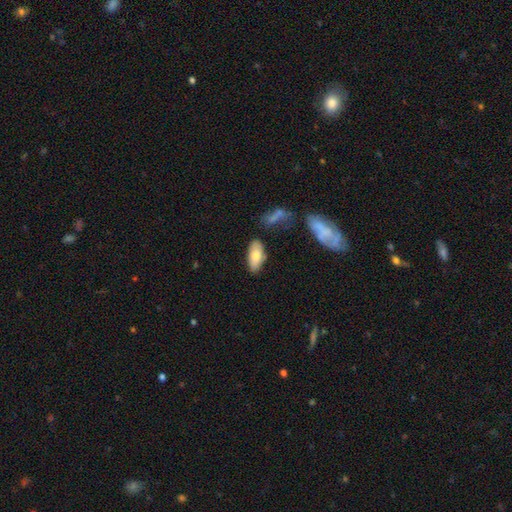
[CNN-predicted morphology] Overall: smooth (75%). How rounded: in between (88%). Merging: none (78%).